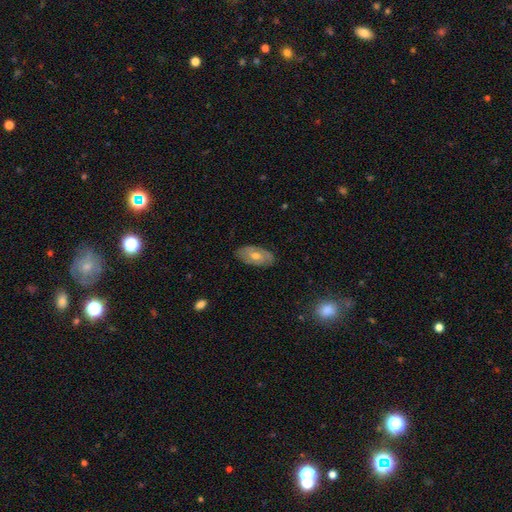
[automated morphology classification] The model was most divided on "spiral arms": yes: 58%, no: 42%. More confident: edge-on disk — no (89%); merging — none (83%); bulge size — moderate (65%); bar — no (63%); smooth or featured — featured or disk (56%).